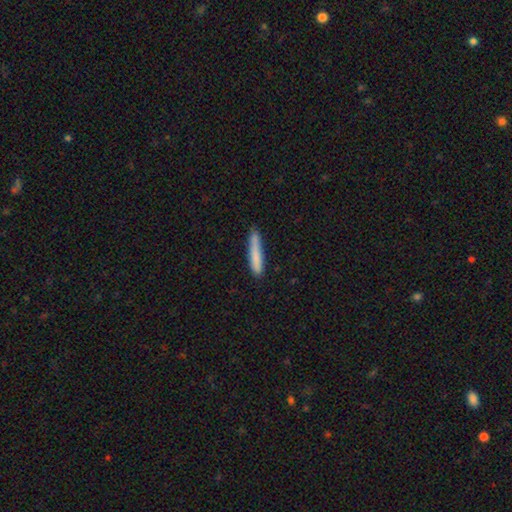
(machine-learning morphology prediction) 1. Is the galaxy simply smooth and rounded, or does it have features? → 81% smooth, 13% featured or disk, 6% star or artifact.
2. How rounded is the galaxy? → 93% cigar-shaped, 6% in between, 1% round.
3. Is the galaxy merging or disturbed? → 76% none, 18% minor disturbance, 3% major disturbance, 2% merger.